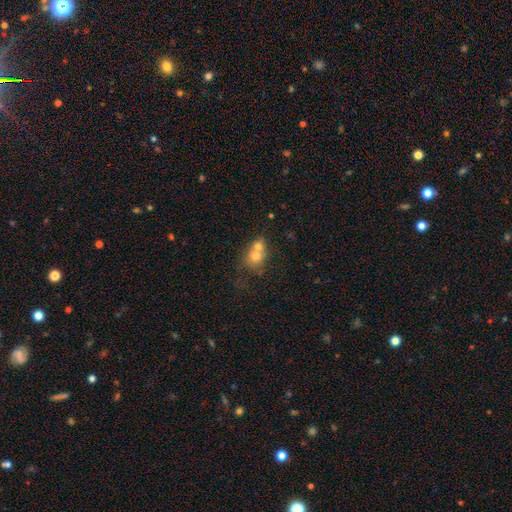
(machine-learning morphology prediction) This appears to be a smooth galaxy with no disk features (66%) that is round (71%). Merging: merger (62%).